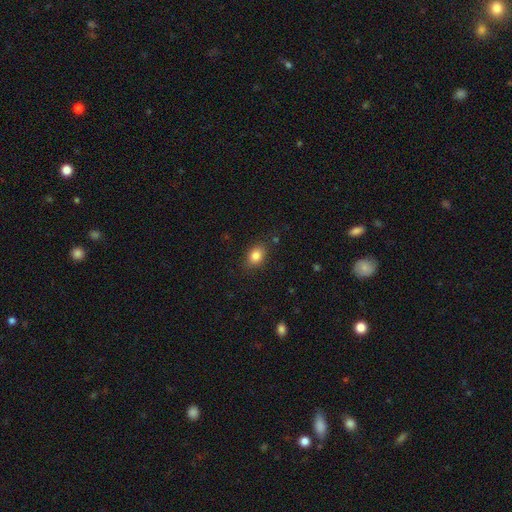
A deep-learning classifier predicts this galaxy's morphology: smooth-or-featured: smooth: 84% | star or artifact: 9% | featured or disk: 6%
  how-rounded: in between: 70% | round: 29% | cigar-shaped: 1%
  merging: none: 84% | minor disturbance: 12% | major disturbance: 3% | merger: 1%